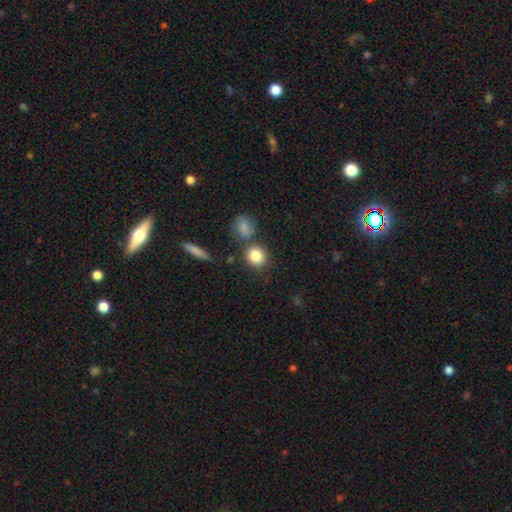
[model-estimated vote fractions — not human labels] Smooth or featured: smooth — 84% (star or artifact — 9%)
How rounded: round — 82% (in between — 17%)
Merging: none — 72% (merger — 14%)